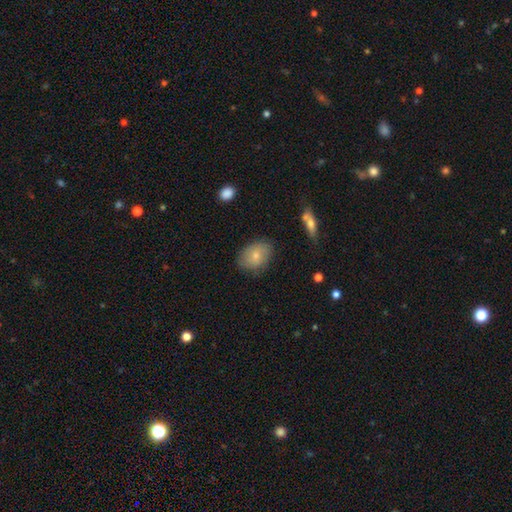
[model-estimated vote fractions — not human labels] smooth-or-featured: smooth: 74% | featured or disk: 19% | star or artifact: 7%
  how-rounded: in between: 78% | round: 21% | cigar-shaped: 1%
  merging: none: 77% | minor disturbance: 18% | major disturbance: 4% | merger: 2%